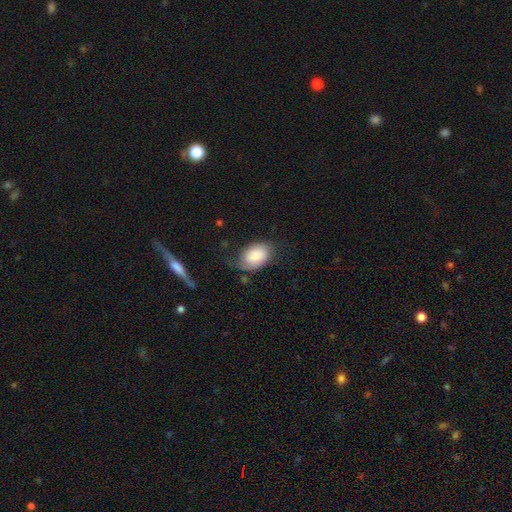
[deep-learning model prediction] Q: Smooth or featured?
A: smooth (74%); runner-up: featured or disk (19%)
Q: How rounded?
A: in between (86%); runner-up: round (12%)
Q: Merging?
A: none (51%); runner-up: minor disturbance (30%)